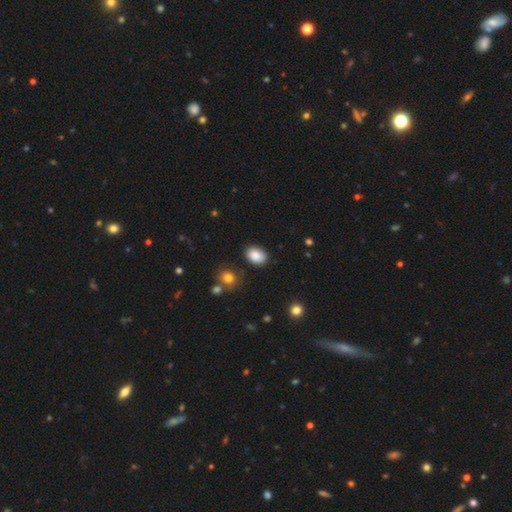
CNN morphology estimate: Smooth or featured? smooth (88%)
How rounded? in between (79%)
Merging? none (84%)